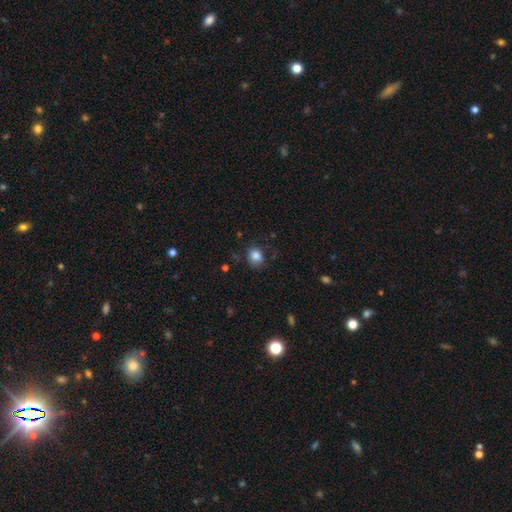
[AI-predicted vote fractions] Q: Smooth or featured?
A: smooth (84%); runner-up: star or artifact (10%)
Q: How rounded?
A: round (65%); runner-up: in between (34%)
Q: Merging?
A: none (72%); runner-up: minor disturbance (20%)